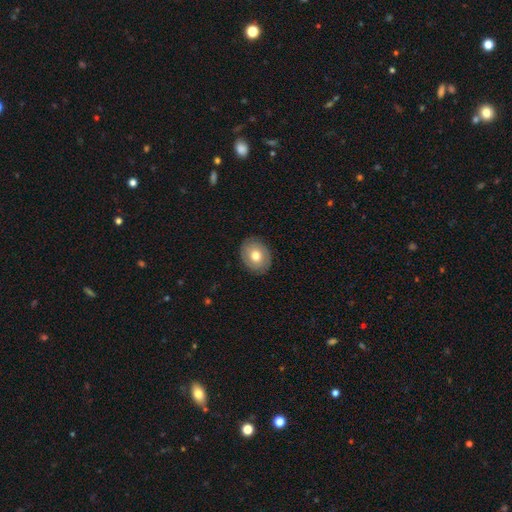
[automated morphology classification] This appears to be a smooth galaxy with no disk features (60%) that is in between round and cigar-shaped (53%). Merging: none (85%).